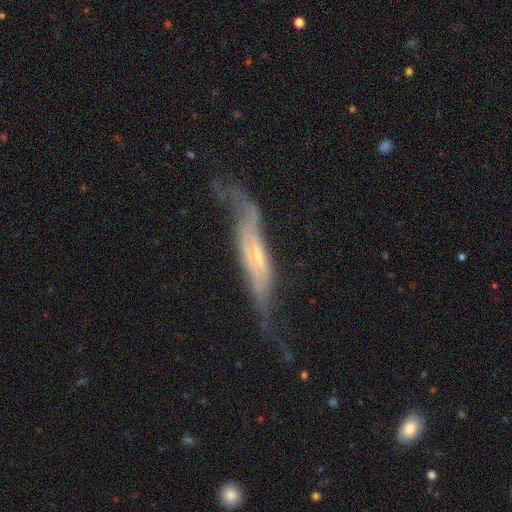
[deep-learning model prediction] This appears to be a featured or disk galaxy (73%) viewed edge-on (57%). Merging: none (42%).